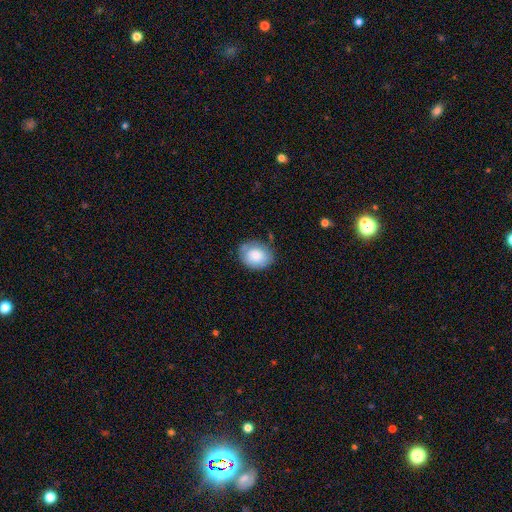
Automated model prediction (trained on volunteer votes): Smooth or featured? smooth (80%)
How rounded? in between (59%)
Merging? none (69%)